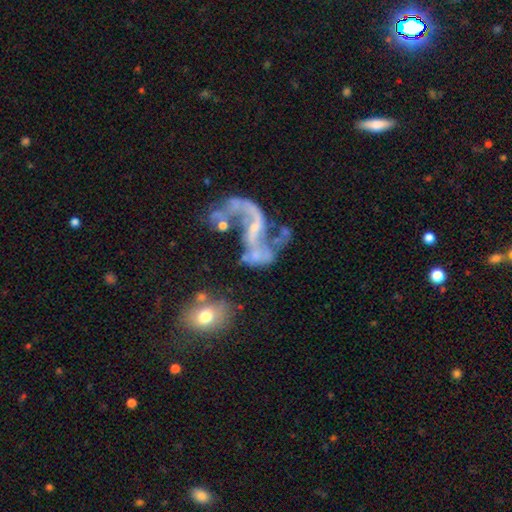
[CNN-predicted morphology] Smooth or featured? Predicted: featured or disk (p=0.76). Edge-on disk? Predicted: no (p=0.97). Bar? Predicted: no (p=0.48). Spiral arms? Predicted: yes (p=0.68). Spiral winding? Predicted: loose (p=0.88). Spiral arm count? Predicted: 2 (p=0.75). Bulge size? Predicted: small (p=0.46). Merging? Predicted: merger (p=0.39).